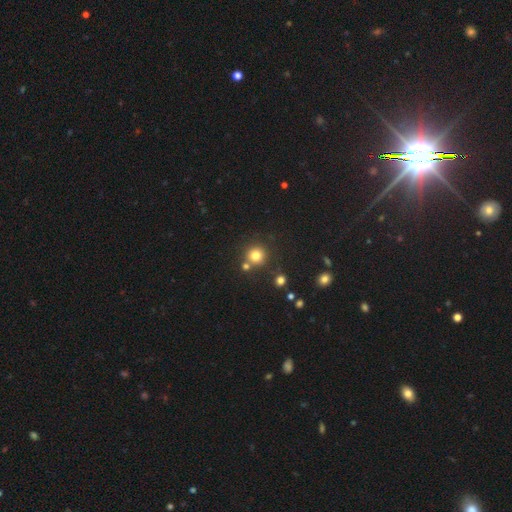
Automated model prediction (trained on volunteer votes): Smooth or featured: smooth — 78% (star or artifact — 14%)
How rounded: round — 93% (in between — 6%)
Merging: none — 76% (merger — 13%)